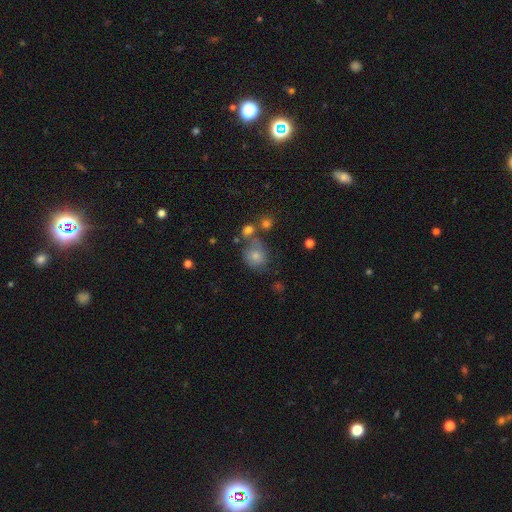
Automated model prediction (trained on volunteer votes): This is likely a smooth galaxy (74%). How rounded: likely round (74%). Merging: possibly none (55%).